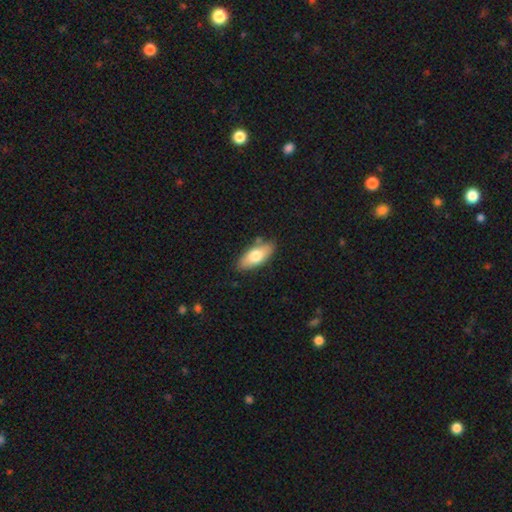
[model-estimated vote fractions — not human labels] Smooth or featured? smooth (69%)
How rounded? in between (81%)
Merging? none (81%)